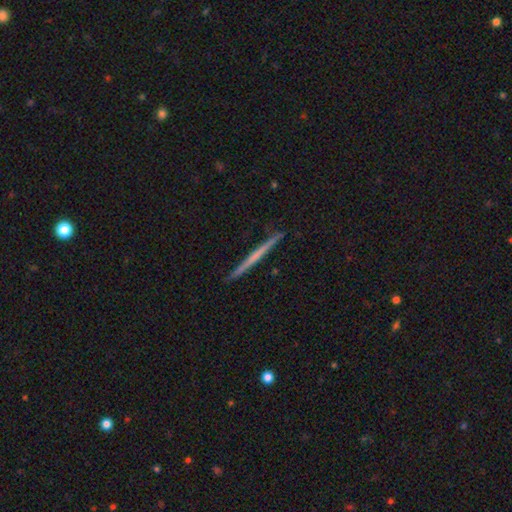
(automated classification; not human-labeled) Morphology: type=featured or disk (54%); edge-on=yes (98%); edge-on bulge=none (89%); merging=none (93%).